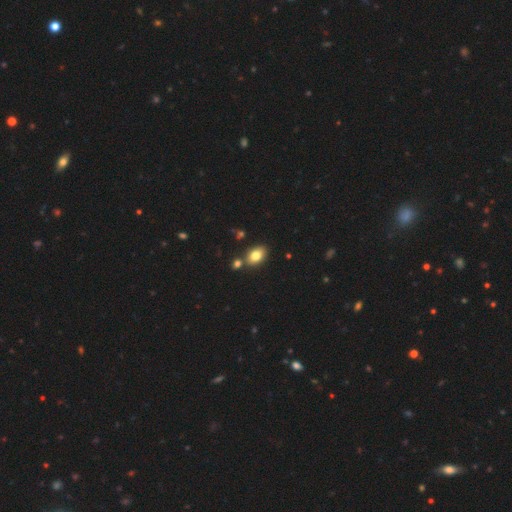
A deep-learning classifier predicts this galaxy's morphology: Smooth or featured? smooth (81%)
How rounded? in between (85%)
Merging? none (75%)